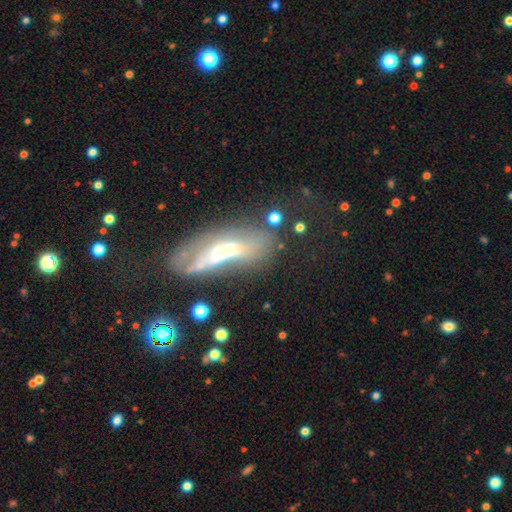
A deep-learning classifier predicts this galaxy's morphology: This appears to be a featured or disk galaxy (57%). Merging: none (40%).